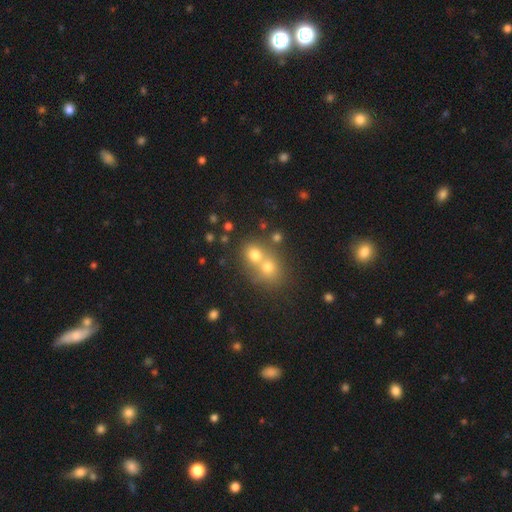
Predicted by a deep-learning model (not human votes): Morphology: type=smooth (67%); roundness=round (73%); merging=merger (60%).